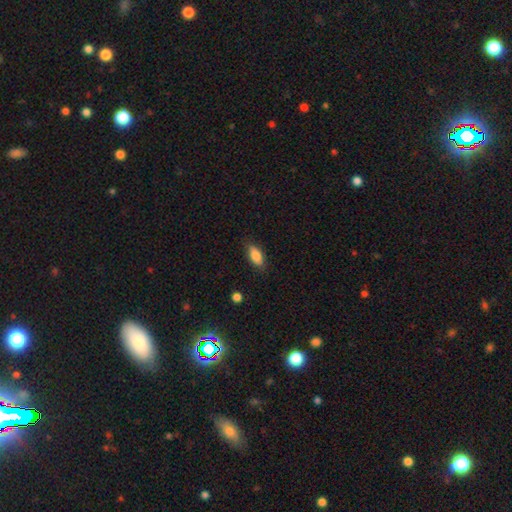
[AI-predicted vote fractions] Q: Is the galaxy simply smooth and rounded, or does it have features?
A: smooth — 82%.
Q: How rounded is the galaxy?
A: in between — 87%.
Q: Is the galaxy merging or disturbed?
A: none — 83%.